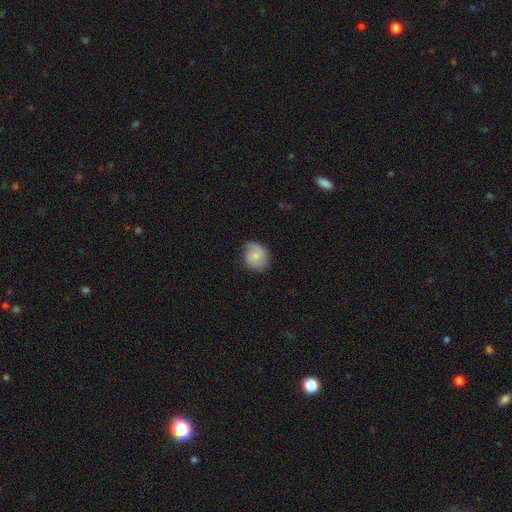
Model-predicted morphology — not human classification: Smooth or featured: smooth — 55% (featured or disk — 37%)
How rounded: round — 62% (in between — 37%)
Merging: none — 66% (minor disturbance — 25%)